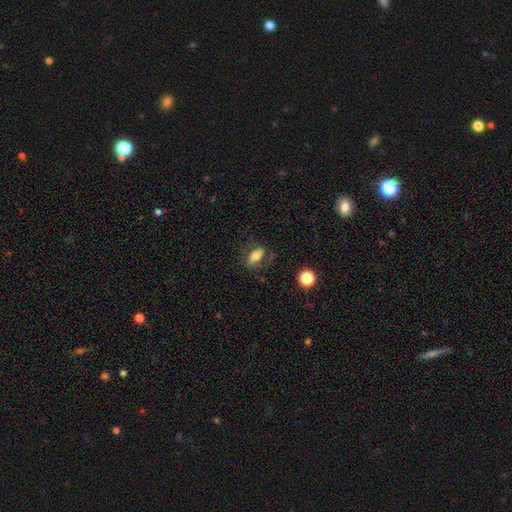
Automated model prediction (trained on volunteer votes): smooth-or-featured: smooth: 63% | featured or disk: 28% | star or artifact: 9%
  how-rounded: in between: 79% | cigar-shaped: 14% | round: 7%
  merging: none: 67% | minor disturbance: 19% | major disturbance: 12% | merger: 2%